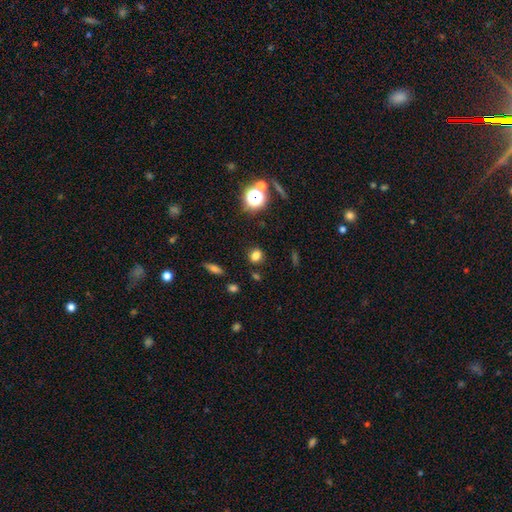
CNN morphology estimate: Smooth or featured?
  - smooth: 75% *
  - star or artifact: 19%
  - featured or disk: 6%
How rounded?
  - round: 73% *
  - in between: 25%
  - cigar-shaped: 2%
Merging?
  - none: 85% *
  - minor disturbance: 9%
  - merger: 3%
  - major disturbance: 3%